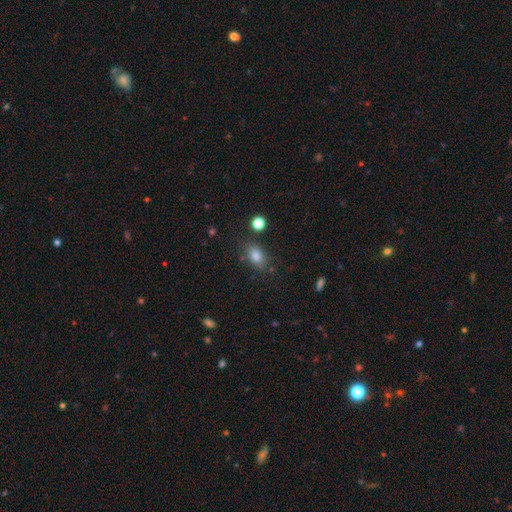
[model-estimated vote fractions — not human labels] A smooth galaxy with no disk features (82%) that is in between round and cigar-shaped (79%). Merging: none (73%).